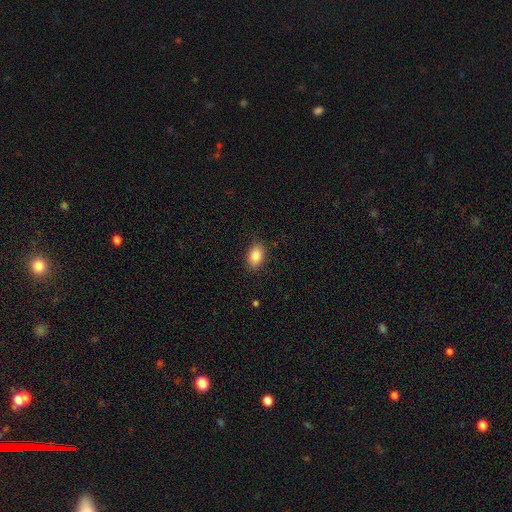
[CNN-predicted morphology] Smooth or featured?
  - smooth: 87% *
  - star or artifact: 8%
  - featured or disk: 5%
How rounded?
  - in between: 86% *
  - round: 13%
  - cigar-shaped: 1%
Merging?
  - none: 86% *
  - minor disturbance: 10%
  - major disturbance: 3%
  - merger: 1%